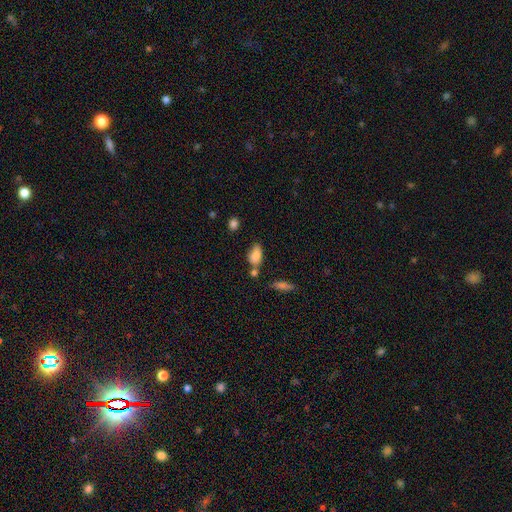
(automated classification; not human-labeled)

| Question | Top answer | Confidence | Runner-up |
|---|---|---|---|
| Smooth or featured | smooth | 82% | featured or disk (9%) |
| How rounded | in between | 87% | round (8%) |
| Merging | none | 50% | minor disturbance (26%) |